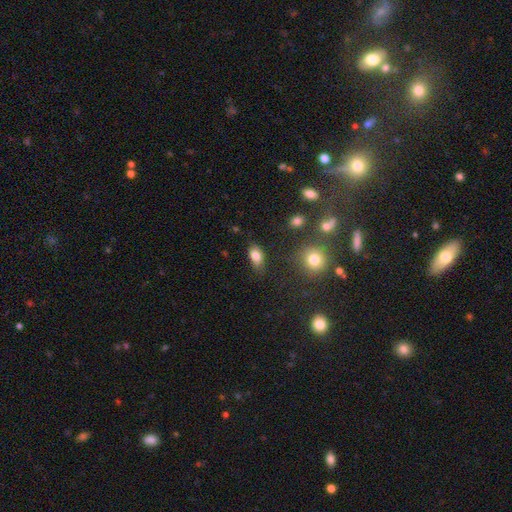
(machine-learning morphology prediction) A smooth galaxy with no disk features (82%) that is in between round and cigar-shaped (87%).

Vote fractions:
- Smooth or featured? smooth: 82% / star or artifact: 9% / featured or disk: 9%
- How rounded? in between: 87% / round: 9% / cigar-shaped: 3%
- Merging? none: 74% / minor disturbance: 19% / major disturbance: 4% / merger: 3%